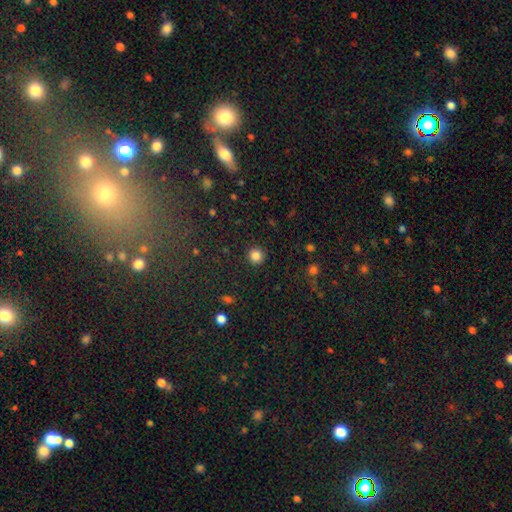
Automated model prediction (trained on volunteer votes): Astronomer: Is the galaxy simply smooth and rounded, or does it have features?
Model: smooth — 85%.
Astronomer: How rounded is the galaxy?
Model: round — 94%.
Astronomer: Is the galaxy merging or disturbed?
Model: none — 91%.